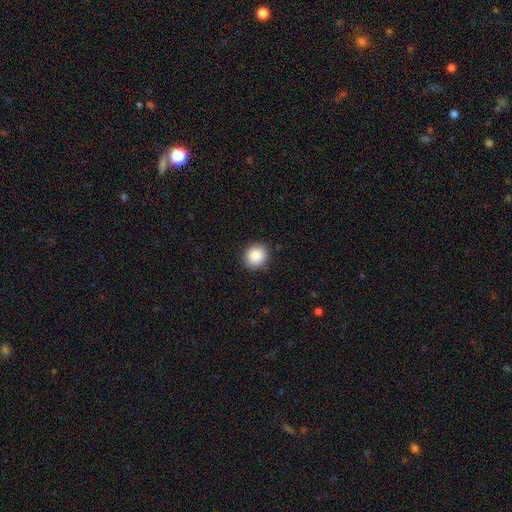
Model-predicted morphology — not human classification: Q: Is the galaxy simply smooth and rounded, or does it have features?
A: smooth — 88%.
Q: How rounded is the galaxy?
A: round — 87%.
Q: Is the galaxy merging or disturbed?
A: none — 91%.